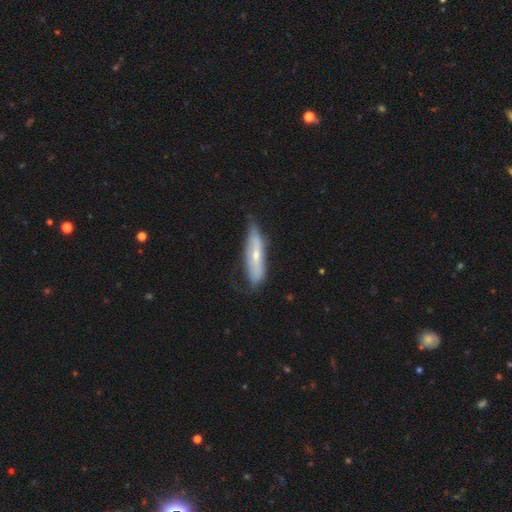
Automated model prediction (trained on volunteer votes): Smooth or featured?
  - featured or disk: 54% *
  - smooth: 39%
  - star or artifact: 7%
Edge-on disk?
  - yes: 54% *
  - no: 46%
Merging?
  - none: 62% *
  - minor disturbance: 29%
  - major disturbance: 7%
  - merger: 2%